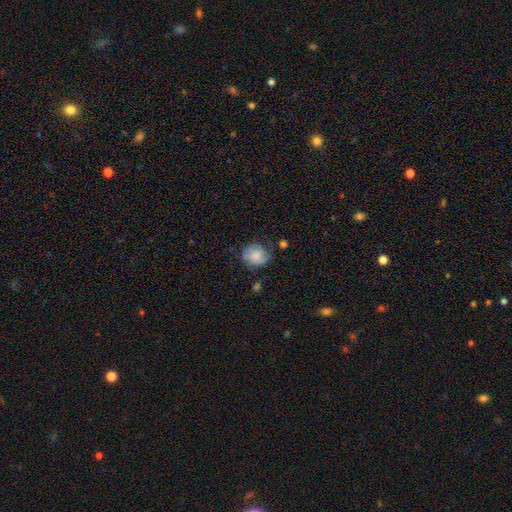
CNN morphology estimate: This is likely a smooth galaxy (61%). How rounded: likely round (65%). Merging: possibly none (58%).